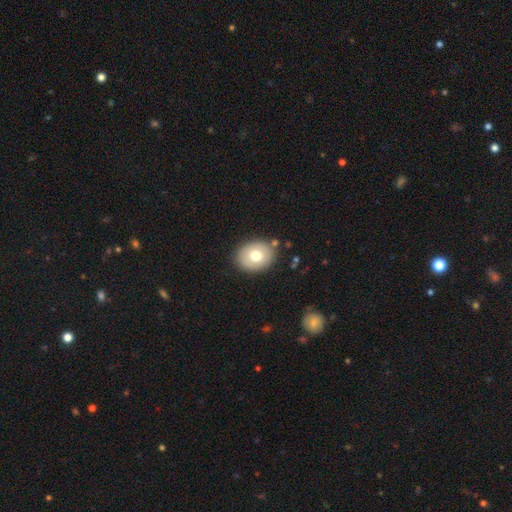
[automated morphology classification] Q: Smooth or featured?
A: smooth (71%); runner-up: featured or disk (21%)
Q: How rounded?
A: in between (52%); runner-up: round (47%)
Q: Merging?
A: none (84%); runner-up: minor disturbance (10%)